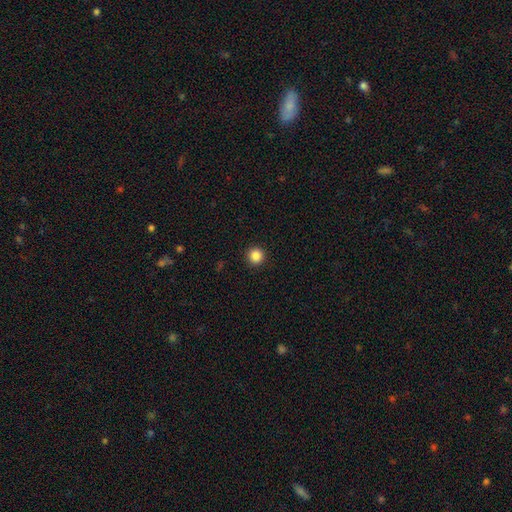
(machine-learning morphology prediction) A smooth galaxy with no disk features (86%) that is round (96%).

Vote fractions:
- Smooth or featured? smooth: 86% / star or artifact: 10% / featured or disk: 3%
- How rounded? round: 96% / in between: 4% / cigar-shaped: 1%
- Merging? none: 93% / minor disturbance: 4% / major disturbance: 2% / merger: 1%